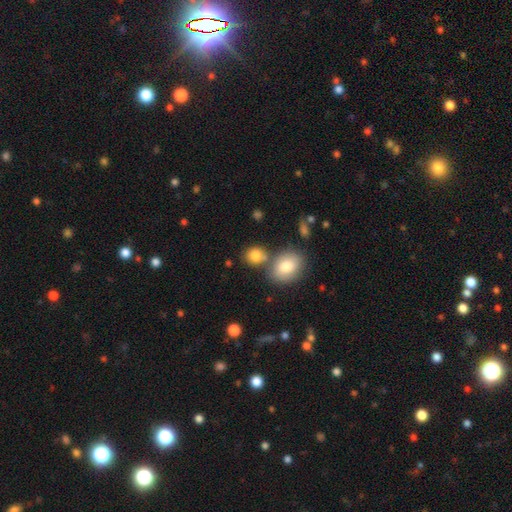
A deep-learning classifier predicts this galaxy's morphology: smooth_or_featured: smooth (p=0.83) [alt: star or artifact p=0.09]
how_rounded: round (p=0.68) [alt: in between p=0.30]
merging: none (p=0.57) [alt: merger p=0.28]